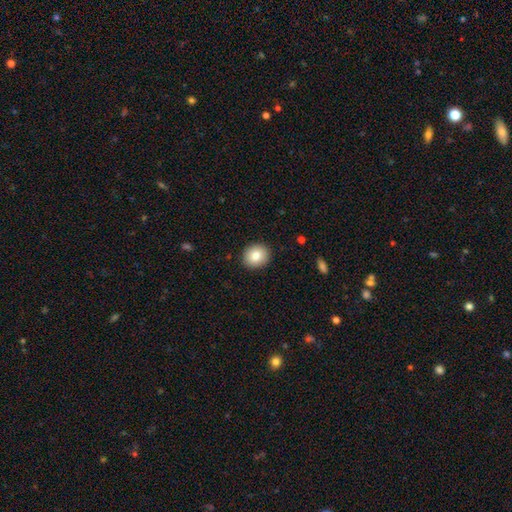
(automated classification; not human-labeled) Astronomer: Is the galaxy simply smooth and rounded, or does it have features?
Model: smooth — 84%.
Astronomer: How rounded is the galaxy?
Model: round — 76%.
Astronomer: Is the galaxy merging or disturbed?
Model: none — 90%.